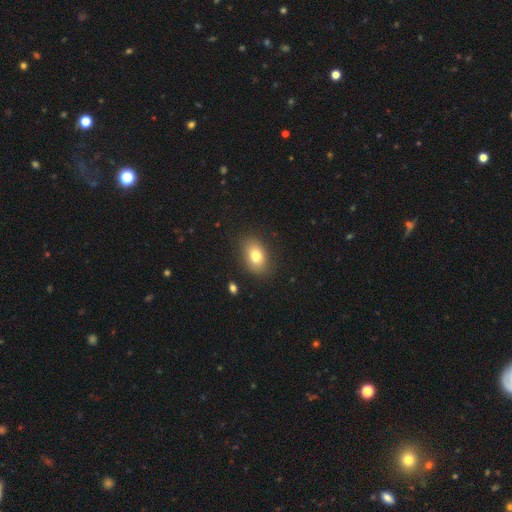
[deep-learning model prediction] This appears to be a smooth galaxy with no disk features (78%) that is in between round and cigar-shaped (81%). Merging: none (84%).